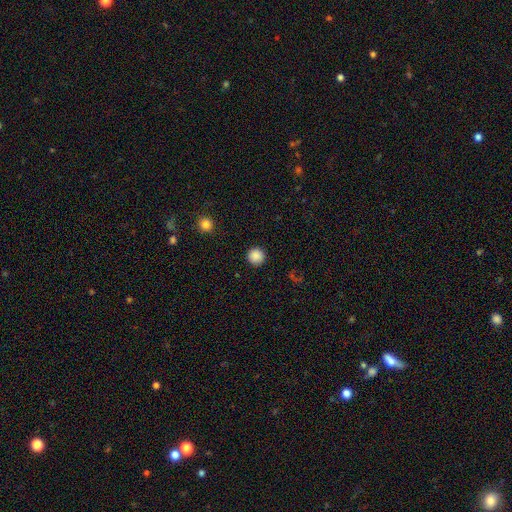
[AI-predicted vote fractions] Smooth or featured? Predicted: smooth (p=0.88). How rounded? Predicted: round (p=0.96). Merging? Predicted: none (p=0.93).